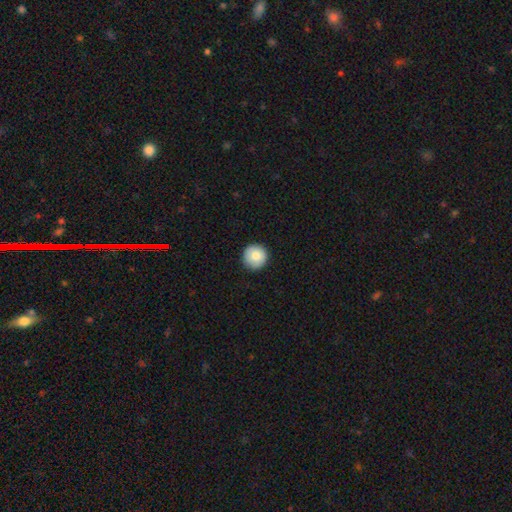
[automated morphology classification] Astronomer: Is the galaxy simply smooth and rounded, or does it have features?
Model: smooth — 80%.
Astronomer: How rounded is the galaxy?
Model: round — 96%.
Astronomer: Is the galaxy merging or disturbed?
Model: none — 91%.